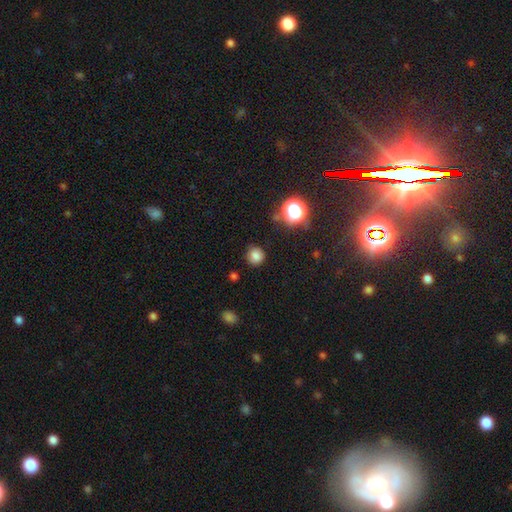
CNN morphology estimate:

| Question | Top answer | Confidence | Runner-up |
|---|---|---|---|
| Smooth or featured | smooth | 81% | star or artifact (15%) |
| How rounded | round | 91% | in between (8%) |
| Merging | none | 86% | minor disturbance (10%) |